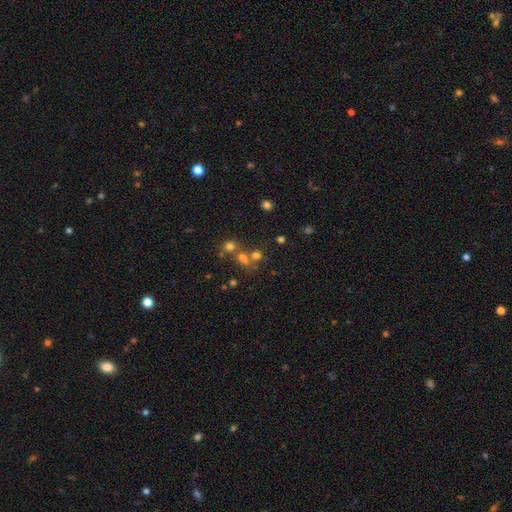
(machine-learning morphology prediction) Smooth or featured?
  - smooth: 57% *
  - star or artifact: 29%
  - featured or disk: 14%
How rounded?
  - round: 82% *
  - in between: 17%
  - cigar-shaped: 1%
Merging?
  - none: 49% *
  - merger: 40%
  - minor disturbance: 7%
  - major disturbance: 4%